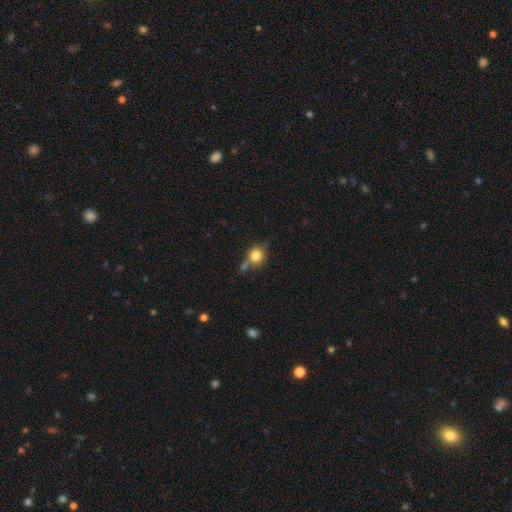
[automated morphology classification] Smooth or featured? smooth (79%)
How rounded? round (84%)
Merging? none (56%)